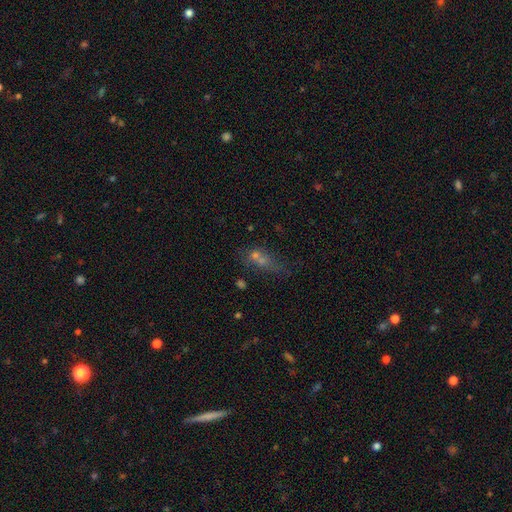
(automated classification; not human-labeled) smooth-or-featured: smooth: 49% | star or artifact: 27% | featured or disk: 23%
  merging: merger: 37% | none: 34% | major disturbance: 15% | minor disturbance: 14%